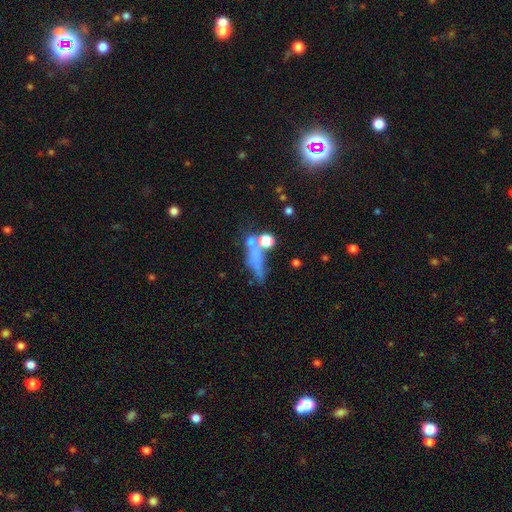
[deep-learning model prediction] A smooth galaxy with no disk features (53%) that is cigar-shaped (49%).

Vote fractions:
- Smooth or featured? smooth: 53% / featured or disk: 30% / star or artifact: 17%
- How rounded? cigar-shaped: 49% / in between: 35% / round: 16%
- Merging? none: 38% / merger: 24% / minor disturbance: 19% / major disturbance: 18%